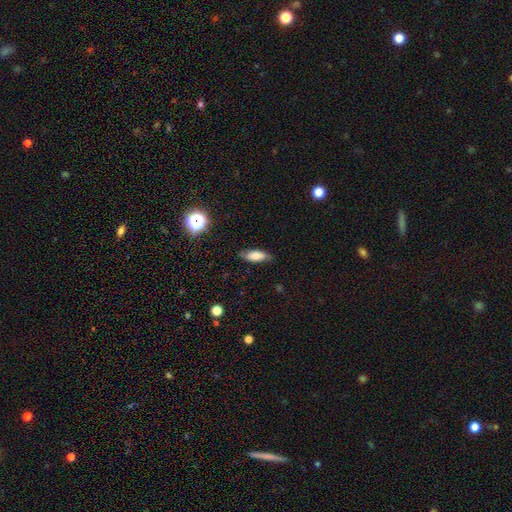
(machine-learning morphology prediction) smooth 71%, featured or disk 19%, star or artifact 9%. Down the decision tree: how rounded — in between (70%); merging — none (79%).